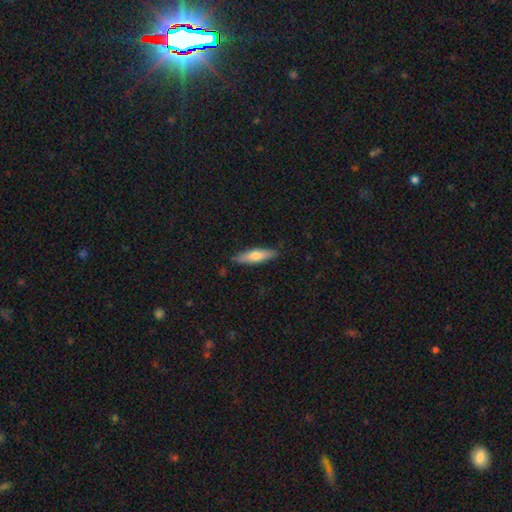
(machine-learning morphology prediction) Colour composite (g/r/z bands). It shows a smooth galaxy with no disk features (67%) that is cigar-shaped (66%). Merging: none (85%).